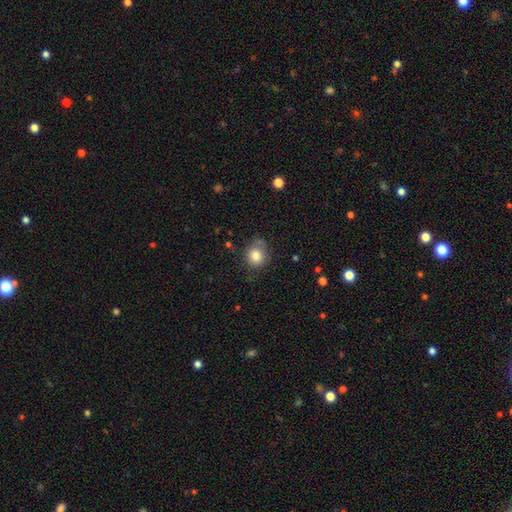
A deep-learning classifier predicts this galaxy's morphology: Smooth or featured?
  - smooth: 82% *
  - star or artifact: 10%
  - featured or disk: 8%
How rounded?
  - round: 79% *
  - in between: 20%
  - cigar-shaped: 1%
Merging?
  - none: 70% *
  - minor disturbance: 20%
  - major disturbance: 6%
  - merger: 4%